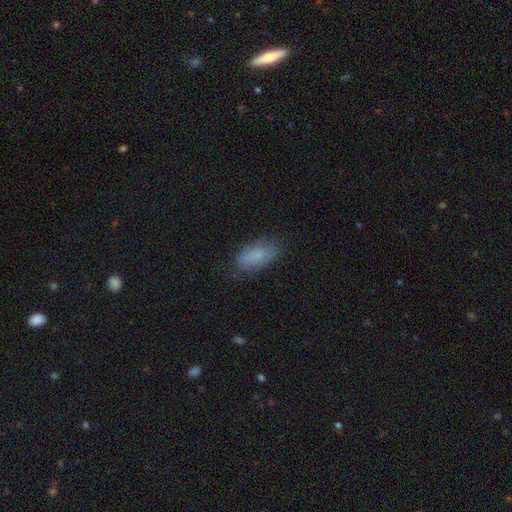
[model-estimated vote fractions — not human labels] Q: Smooth or featured?
A: smooth (79%); runner-up: featured or disk (13%)
Q: How rounded?
A: in between (89%); runner-up: cigar-shaped (7%)
Q: Merging?
A: none (74%); runner-up: minor disturbance (19%)